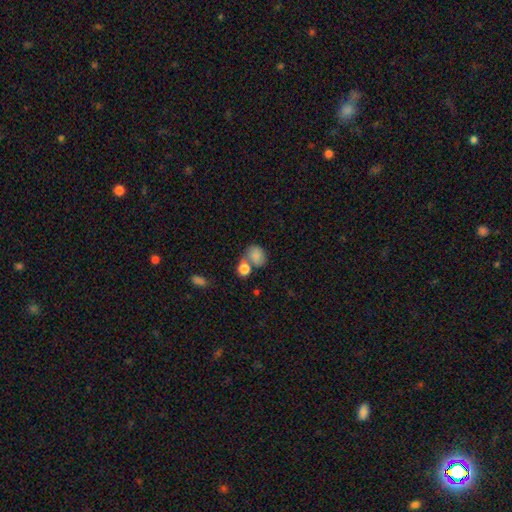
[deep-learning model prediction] Q: Smooth or featured?
A: smooth (80%); runner-up: featured or disk (11%)
Q: How rounded?
A: in between (52%); runner-up: round (47%)
Q: Merging?
A: merger (43%); runner-up: none (35%)